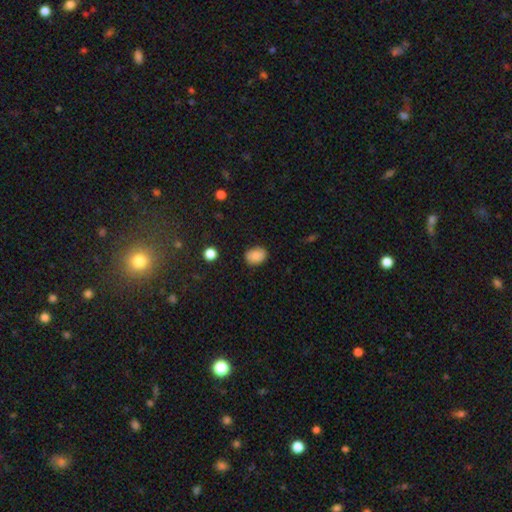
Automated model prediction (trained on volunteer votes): Smooth or featured? Predicted: smooth (p=0.86). How rounded? Predicted: in between (p=0.63). Merging? Predicted: none (p=0.85).